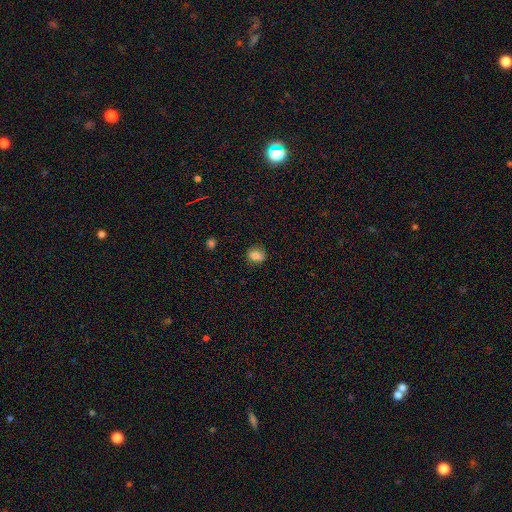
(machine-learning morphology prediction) A smooth galaxy with no disk features (77%) that is round (65%). Merging: none (80%).